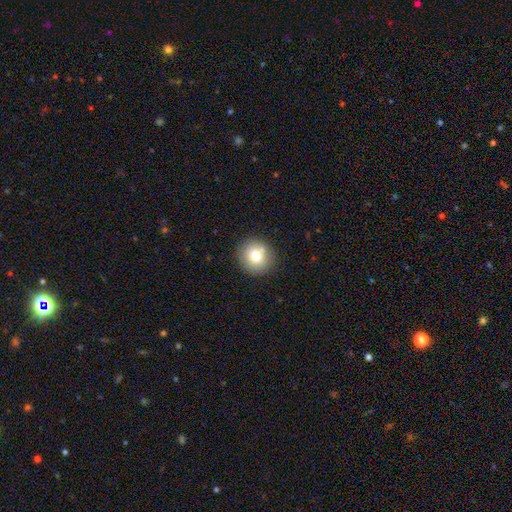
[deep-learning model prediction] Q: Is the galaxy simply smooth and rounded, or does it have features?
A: smooth — 74%.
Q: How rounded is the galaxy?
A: round — 92%.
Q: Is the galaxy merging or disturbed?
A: none — 84%.